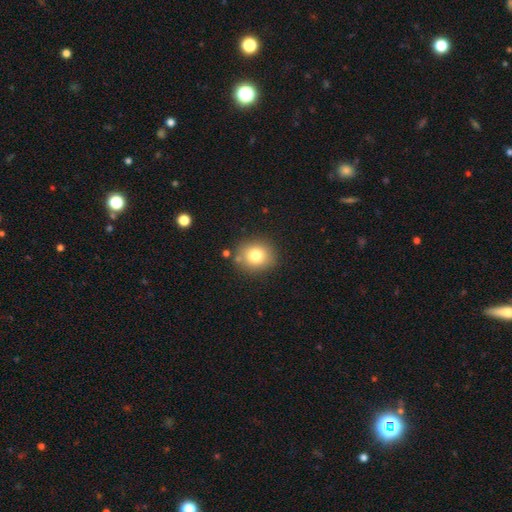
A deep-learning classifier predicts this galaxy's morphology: smooth-or-featured: smooth: 78% | star or artifact: 12% | featured or disk: 10%
  how-rounded: round: 79% | in between: 20% | cigar-shaped: 1%
  merging: none: 83% | minor disturbance: 10% | merger: 4% | major disturbance: 3%